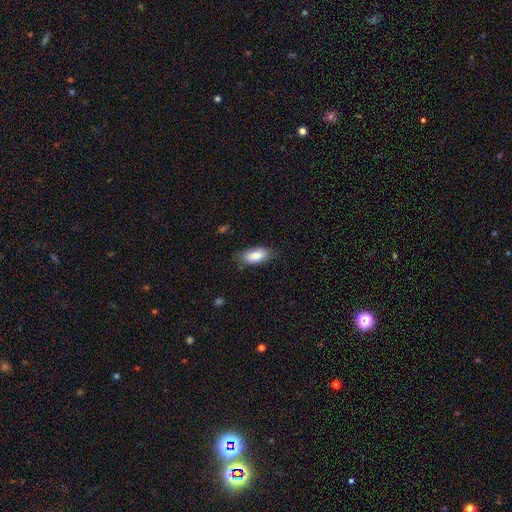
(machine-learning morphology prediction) smooth 85%, featured or disk 9%, star or artifact 7%. Down the decision tree: how rounded — in between (85%); merging — none (79%).